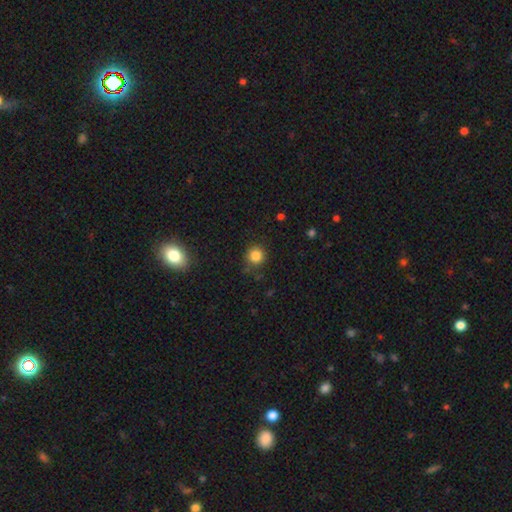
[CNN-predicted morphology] This appears to be a smooth galaxy with no disk features (83%) that is round (91%). Merging: none (82%).